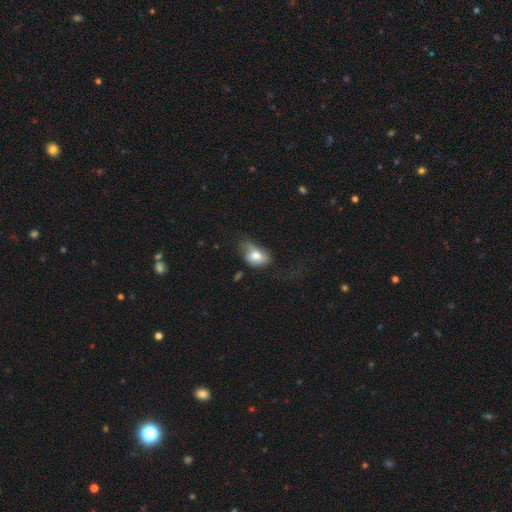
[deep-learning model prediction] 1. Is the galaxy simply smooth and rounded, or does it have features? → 68% smooth, 23% featured or disk, 9% star or artifact.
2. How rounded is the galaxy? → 80% in between, 18% round, 2% cigar-shaped.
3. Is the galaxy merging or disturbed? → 37% major disturbance, 33% minor disturbance, 24% none, 6% merger.